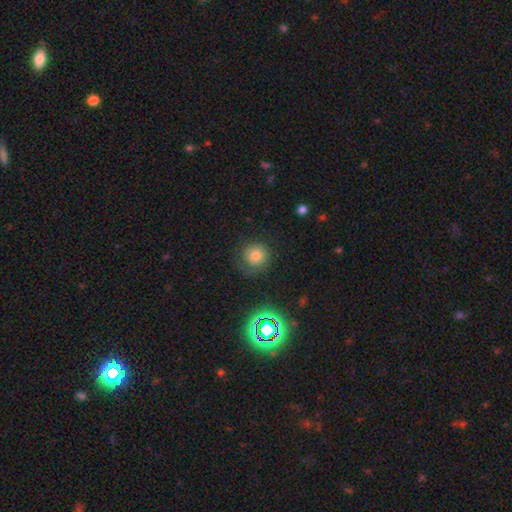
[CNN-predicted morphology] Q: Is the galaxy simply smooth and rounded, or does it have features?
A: smooth — 68%.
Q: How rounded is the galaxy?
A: round — 90%.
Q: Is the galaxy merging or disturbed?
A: none — 70%.